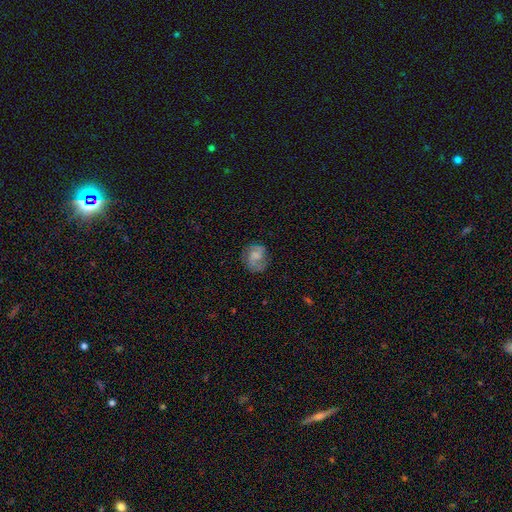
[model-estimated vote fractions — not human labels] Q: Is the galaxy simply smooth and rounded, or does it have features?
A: smooth — 48%.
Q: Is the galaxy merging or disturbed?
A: none — 66%.